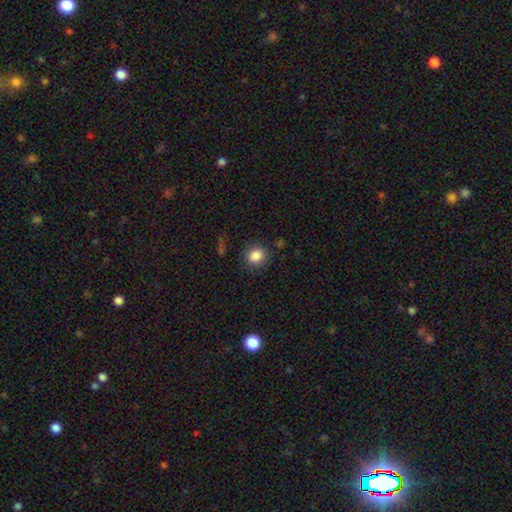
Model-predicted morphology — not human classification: This appears to be a smooth galaxy with no disk features (86%) that is round (76%). Merging: none (84%).